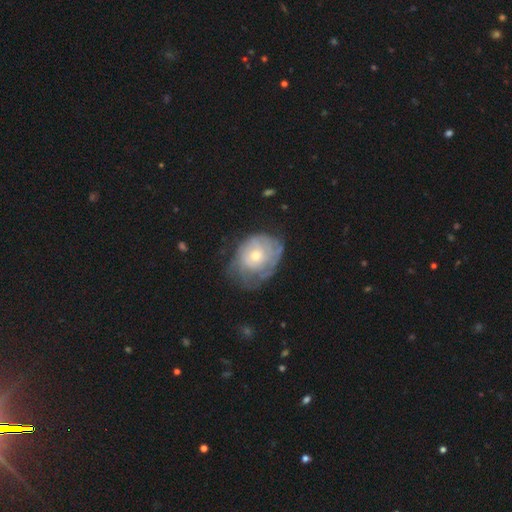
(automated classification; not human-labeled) A featured or disk galaxy (58%) with no bar (84%), spiral arms (65%) and a small central bulge (48%).

Vote fractions:
- Smooth or featured? featured or disk: 58% / smooth: 35% / star or artifact: 7%
- Edge-on disk? no: 96% / yes: 4%
- Bar? no: 84% / weak: 14% / strong: 2%
- Spiral arms? yes: 65% / no: 35%
- Bulge size? small: 48% / moderate: 47% / large: 4% / none: 1% / dominant: 1%
- Merging? none: 48% / minor disturbance: 31% / major disturbance: 20% / merger: 2%